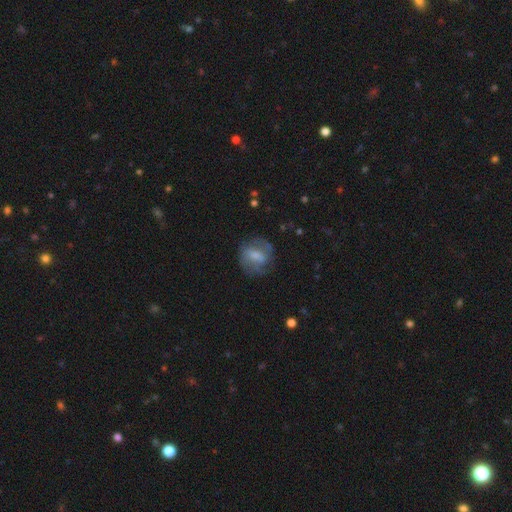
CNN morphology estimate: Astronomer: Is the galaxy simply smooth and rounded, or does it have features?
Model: featured or disk — 52% (runner-up: smooth, 40%).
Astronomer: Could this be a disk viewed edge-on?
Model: no — 96%.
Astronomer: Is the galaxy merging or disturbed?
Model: none — 61%.